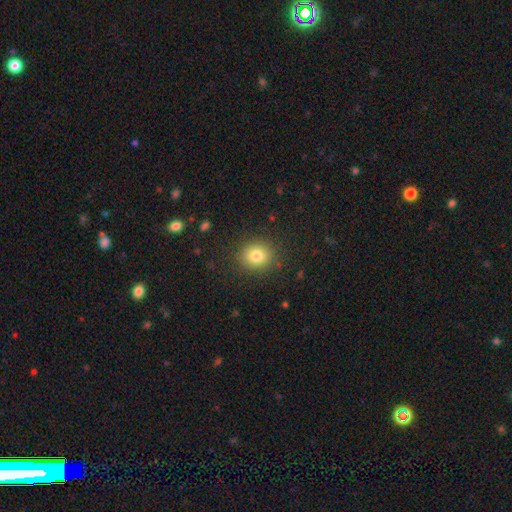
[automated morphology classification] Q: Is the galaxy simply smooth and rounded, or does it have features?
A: smooth — 81%.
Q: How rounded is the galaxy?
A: round — 73%.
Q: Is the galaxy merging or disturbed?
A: none — 87%.